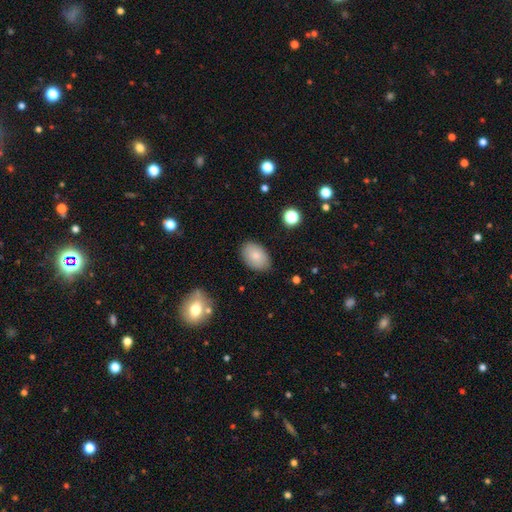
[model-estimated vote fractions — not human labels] Smooth or featured?
  - smooth: 82% *
  - featured or disk: 11%
  - star or artifact: 8%
How rounded?
  - in between: 88% *
  - round: 11%
  - cigar-shaped: 1%
Merging?
  - none: 83% *
  - minor disturbance: 12%
  - major disturbance: 3%
  - merger: 1%